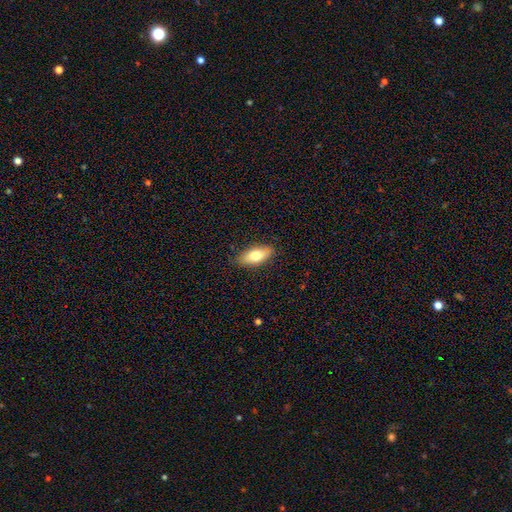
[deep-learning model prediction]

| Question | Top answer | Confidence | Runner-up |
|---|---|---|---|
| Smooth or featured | smooth | 74% | featured or disk (19%) |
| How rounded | in between | 82% | cigar-shaped (15%) |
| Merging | none | 87% | minor disturbance (10%) |